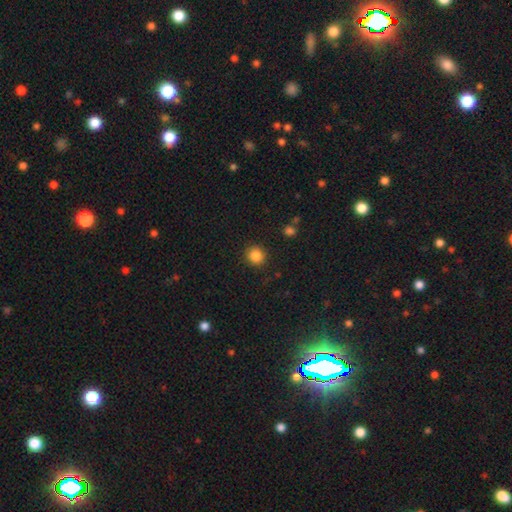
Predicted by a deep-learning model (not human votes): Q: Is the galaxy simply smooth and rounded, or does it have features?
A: smooth — 85%.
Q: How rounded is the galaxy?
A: round — 92%.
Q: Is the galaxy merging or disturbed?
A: none — 91%.